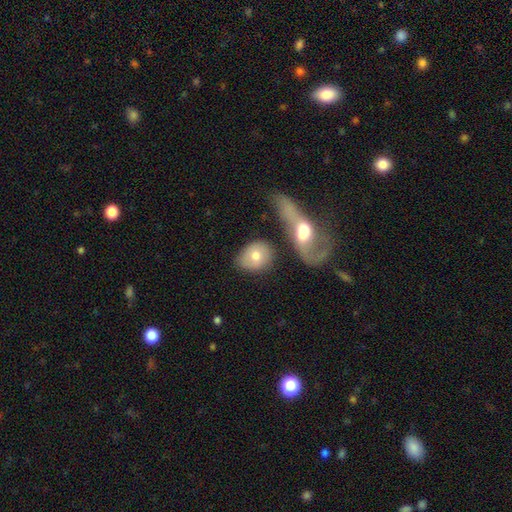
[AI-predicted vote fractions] smooth_or_featured: smooth (p=0.67) [alt: featured or disk p=0.26]
how_rounded: in between (p=0.52) [alt: round p=0.46]
merging: none (p=0.61) [alt: merger p=0.17]